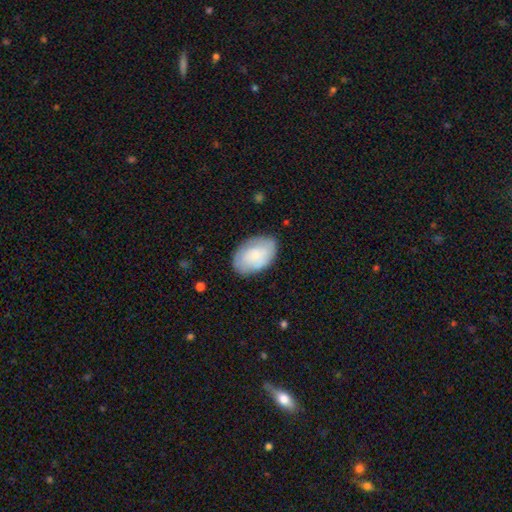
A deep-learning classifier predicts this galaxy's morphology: type=smooth (69%); roundness=in between (89%); merging=none (76%).